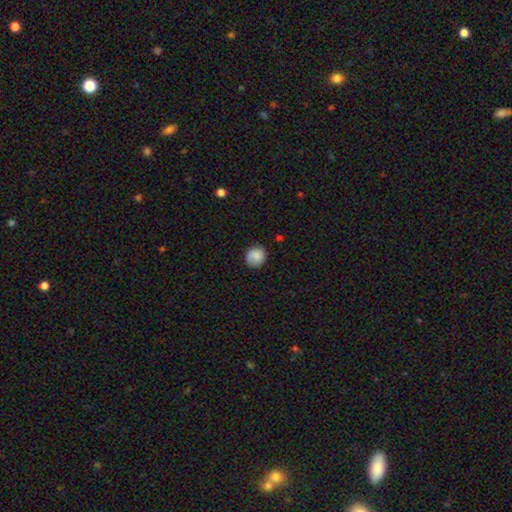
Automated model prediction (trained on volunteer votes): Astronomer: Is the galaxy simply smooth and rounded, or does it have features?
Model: smooth — 85%.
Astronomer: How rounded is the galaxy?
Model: round — 79%.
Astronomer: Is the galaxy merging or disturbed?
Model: none — 80%.